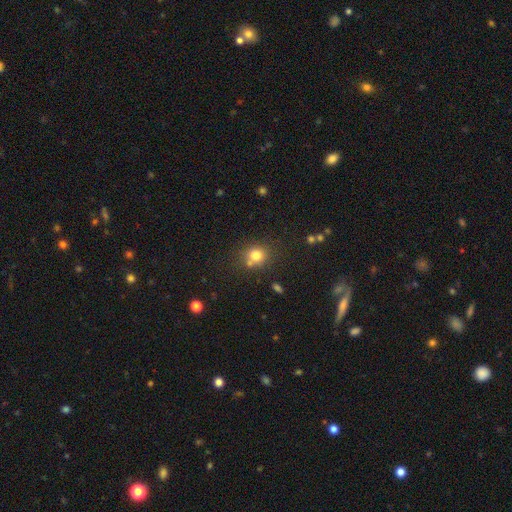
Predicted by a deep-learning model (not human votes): This appears to be a smooth galaxy with no disk features (78%) that is round (82%). Merging: none (67%).